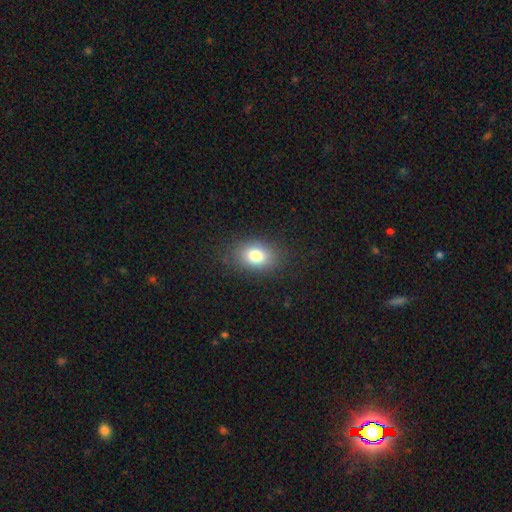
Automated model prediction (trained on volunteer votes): Overall: smooth (80%). How rounded: in between (79%). Merging: none (84%).